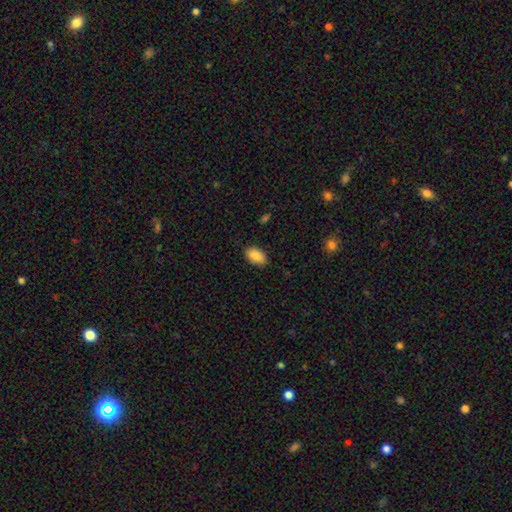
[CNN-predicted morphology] type=smooth (87%); roundness=in between (93%); merging=none (86%).